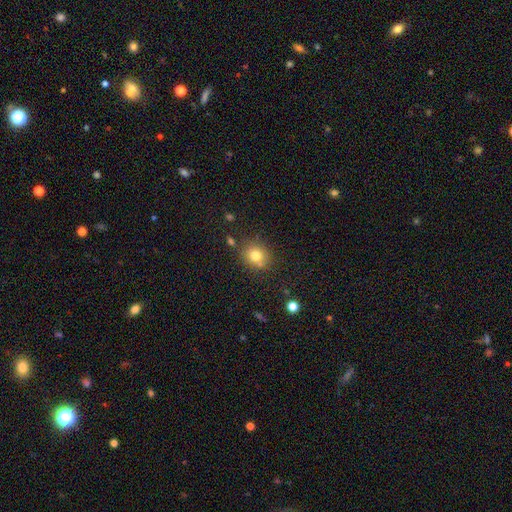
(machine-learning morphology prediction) Overall: smooth (78%). How rounded: round (78%). Merging: none (75%).